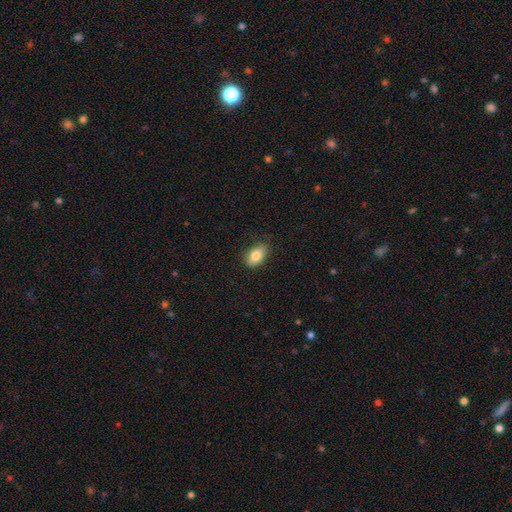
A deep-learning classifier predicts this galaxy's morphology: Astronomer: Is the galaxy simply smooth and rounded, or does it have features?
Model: smooth — 83%.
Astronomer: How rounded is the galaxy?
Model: in between — 89%.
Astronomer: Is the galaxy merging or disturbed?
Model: none — 81%.